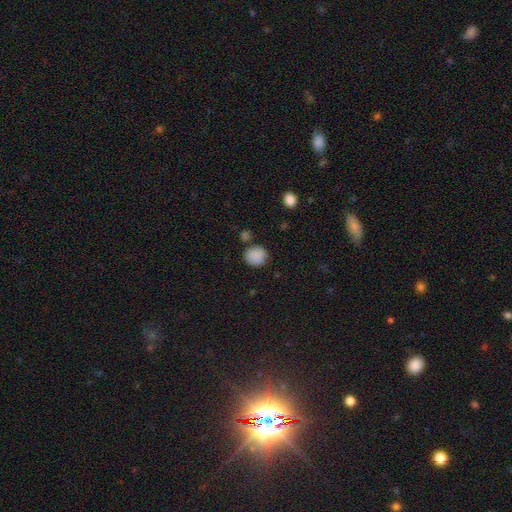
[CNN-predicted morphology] Q: Smooth or featured?
A: smooth (87%); runner-up: star or artifact (9%)
Q: How rounded?
A: round (85%); runner-up: in between (14%)
Q: Merging?
A: none (78%); runner-up: minor disturbance (13%)